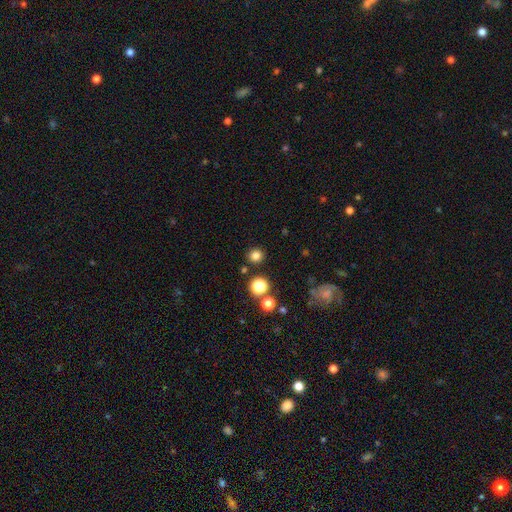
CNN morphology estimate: smooth 80%, star or artifact 15%, featured or disk 5%. Down the decision tree: how rounded — round (91%); merging — none (88%).